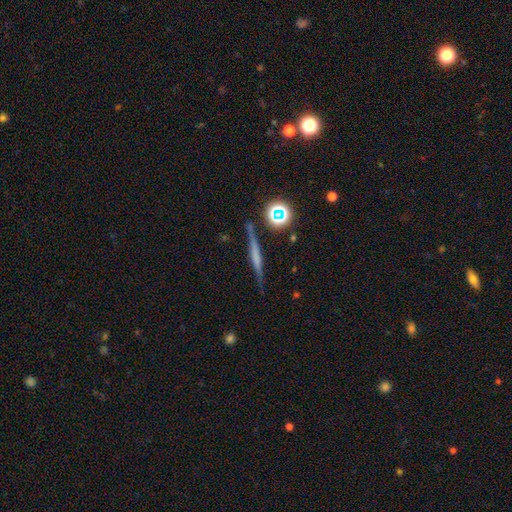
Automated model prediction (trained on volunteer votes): A featured or disk galaxy (53%) viewed edge-on (94%). Merging: none (82%).